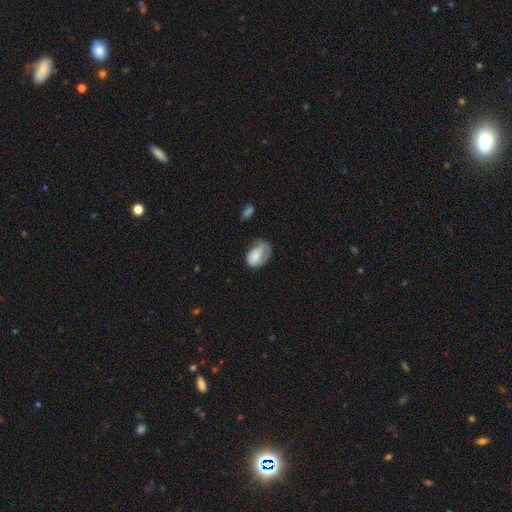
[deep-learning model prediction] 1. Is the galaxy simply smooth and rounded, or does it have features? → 70% smooth, 23% featured or disk, 7% star or artifact.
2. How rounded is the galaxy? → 81% in between, 18% round, 1% cigar-shaped.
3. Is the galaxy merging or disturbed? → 36% minor disturbance, 32% none, 29% major disturbance, 3% merger.